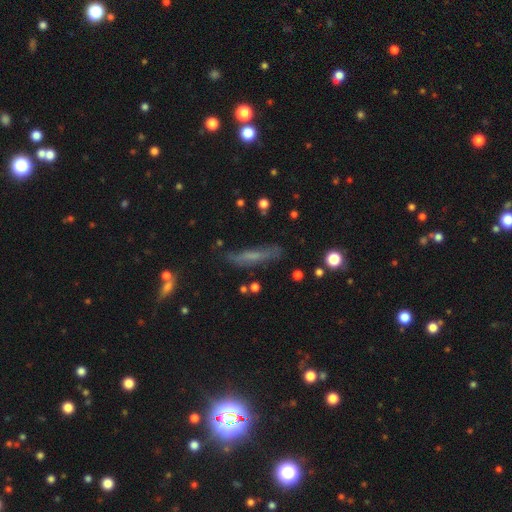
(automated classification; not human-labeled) smooth_or_featured: smooth (p=0.51) [alt: featured or disk p=0.38]
how_rounded: cigar-shaped (p=0.83) [alt: in between p=0.14]
merging: none (p=0.73) [alt: minor disturbance p=0.19]